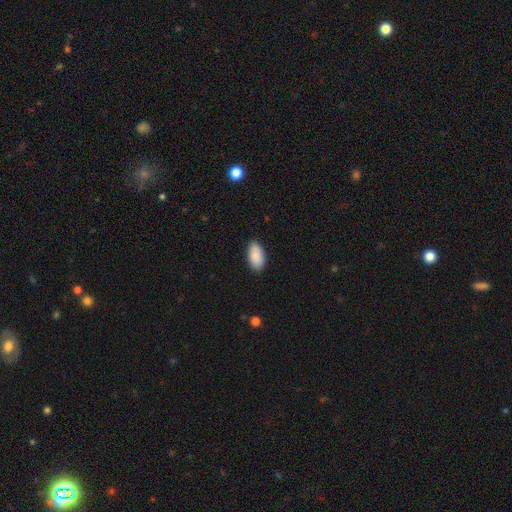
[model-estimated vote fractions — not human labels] Q: Smooth or featured?
A: smooth (89%); runner-up: star or artifact (6%)
Q: How rounded?
A: in between (95%); runner-up: round (3%)
Q: Merging?
A: none (88%); runner-up: minor disturbance (9%)